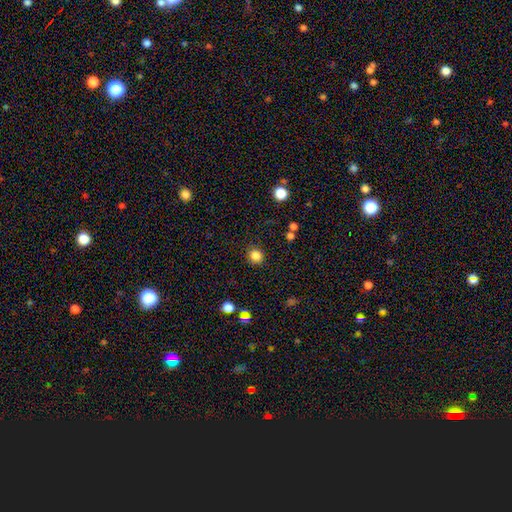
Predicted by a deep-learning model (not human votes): Overall: smooth (84%). How rounded: round (85%). Merging: none (88%).